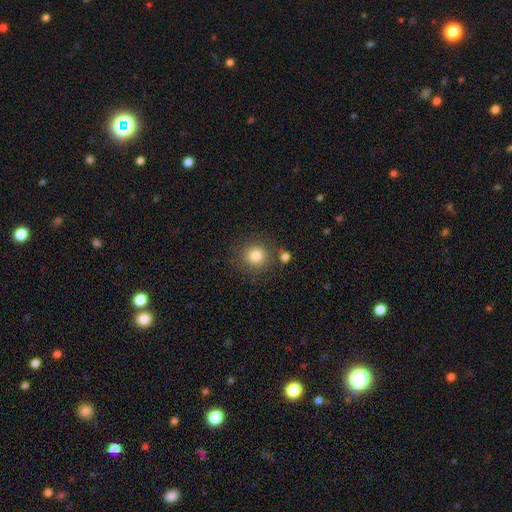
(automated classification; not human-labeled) The model was most divided on "merging": none: 80%, minor disturbance: 10%, merger: 7%, major disturbance: 3%. More confident: how rounded — round (91%); smooth or featured — smooth (82%).